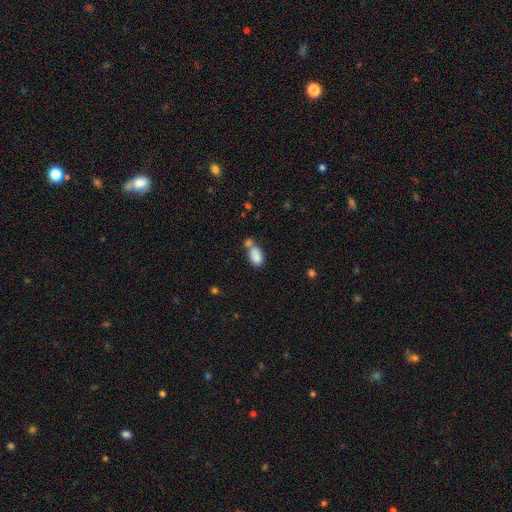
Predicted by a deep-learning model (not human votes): Smooth or featured?
  - smooth: 85% *
  - star or artifact: 8%
  - featured or disk: 7%
How rounded?
  - in between: 89% *
  - round: 9%
  - cigar-shaped: 2%
Merging?
  - merger: 44% *
  - none: 37%
  - minor disturbance: 13%
  - major disturbance: 5%